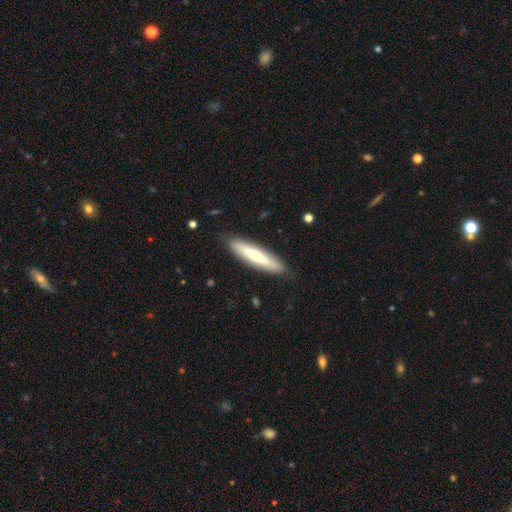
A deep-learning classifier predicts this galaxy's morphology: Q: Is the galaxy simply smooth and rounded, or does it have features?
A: smooth — 57%.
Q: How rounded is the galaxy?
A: cigar-shaped — 79%.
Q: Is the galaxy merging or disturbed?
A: none — 87%.